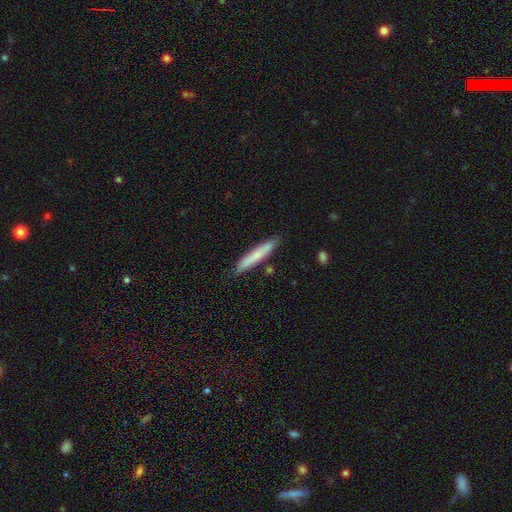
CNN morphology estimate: Smooth or featured? smooth (71%)
How rounded? cigar-shaped (94%)
Merging? none (87%)